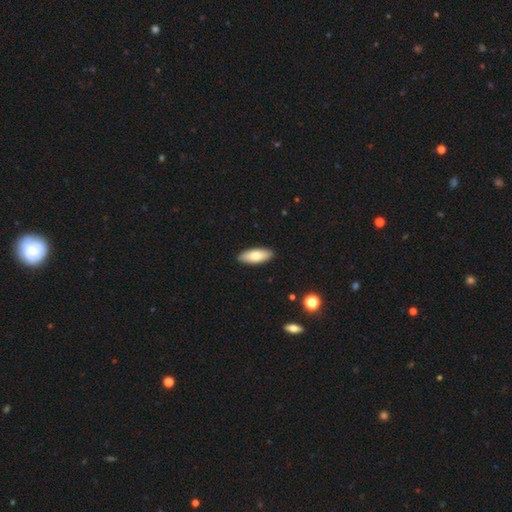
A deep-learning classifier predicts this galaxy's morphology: A smooth galaxy with no disk features (77%) that is in between round and cigar-shaped (77%). Merging: none (90%).